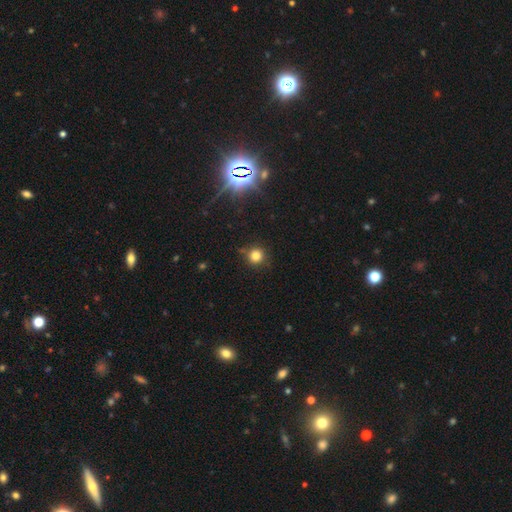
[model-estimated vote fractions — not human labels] A smooth galaxy with no disk features (78%) that is round (93%).

Vote fractions:
- Smooth or featured? smooth: 78% / star or artifact: 16% / featured or disk: 6%
- How rounded? round: 93% / in between: 6% / cigar-shaped: 1%
- Merging? none: 84% / minor disturbance: 10% / merger: 4% / major disturbance: 3%